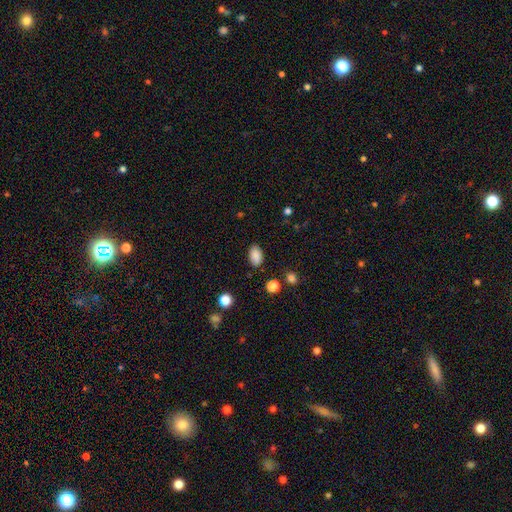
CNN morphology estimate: smooth-or-featured: smooth: 88% | star or artifact: 9% | featured or disk: 4%
  how-rounded: in between: 91% | round: 8% | cigar-shaped: 1%
  merging: none: 86% | minor disturbance: 10% | major disturbance: 3% | merger: 2%